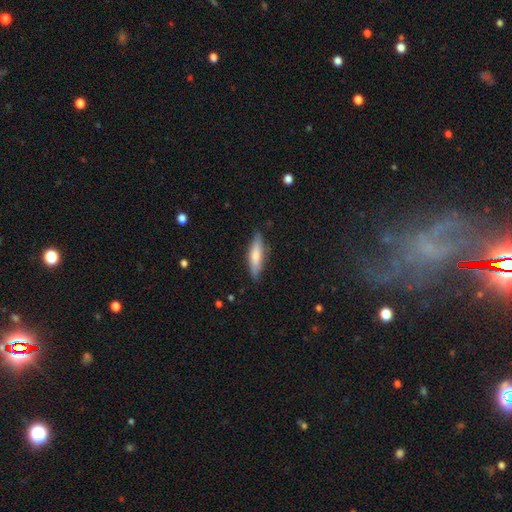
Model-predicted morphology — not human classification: Smooth or featured? smooth (66%)
How rounded? cigar-shaped (64%)
Merging? none (82%)